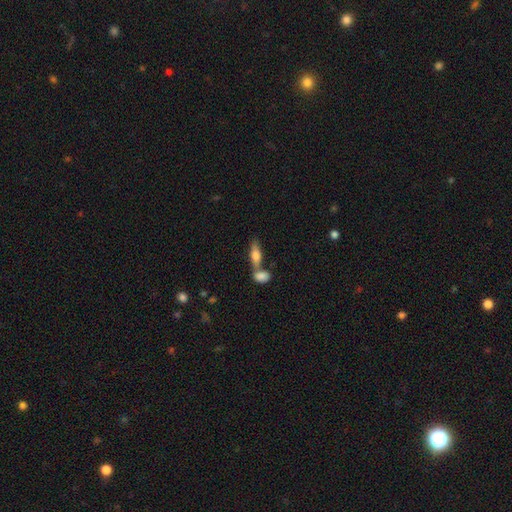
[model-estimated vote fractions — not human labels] A smooth galaxy with no disk features (67%) that is in between round and cigar-shaped (64%).

Vote fractions:
- Smooth or featured? smooth: 67% / featured or disk: 26% / star or artifact: 7%
- How rounded? in between: 64% / cigar-shaped: 31% / round: 5%
- Merging? merger: 43% (tied) / none: 43% (tied) / minor disturbance: 10% / major disturbance: 4%